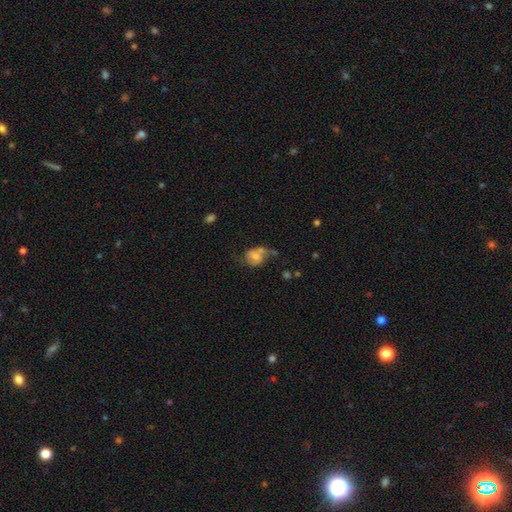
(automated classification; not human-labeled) A smooth galaxy with no disk features (46%). Merging: none (37%).